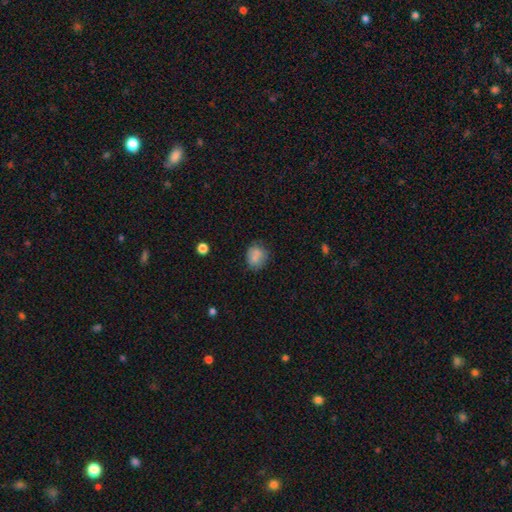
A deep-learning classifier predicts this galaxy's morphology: smooth-or-featured: smooth: 77% | featured or disk: 12% | star or artifact: 10%
  how-rounded: round: 70% | in between: 29% | cigar-shaped: 1%
  merging: none: 63% | minor disturbance: 21% | merger: 10% | major disturbance: 6%